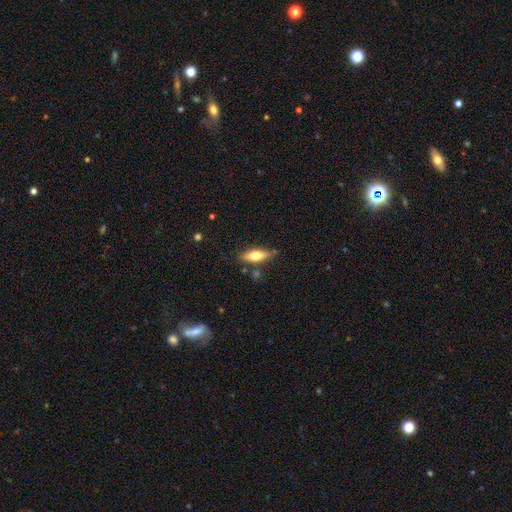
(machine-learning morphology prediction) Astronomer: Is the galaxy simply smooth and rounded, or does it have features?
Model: smooth — 57% (runner-up: featured or disk, 37%).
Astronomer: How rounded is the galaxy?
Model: in between — 54% (runner-up: cigar-shaped, 44%).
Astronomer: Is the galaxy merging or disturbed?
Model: none — 78%.